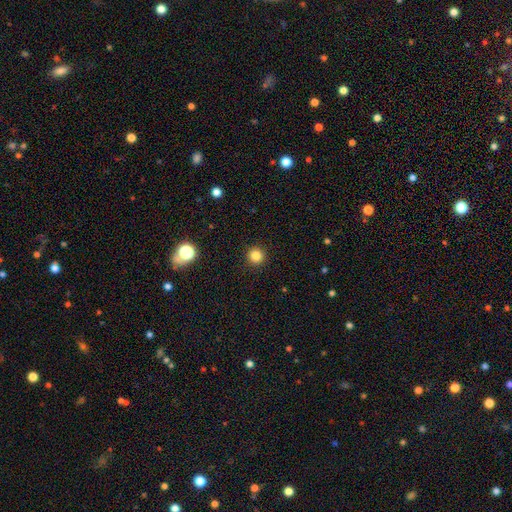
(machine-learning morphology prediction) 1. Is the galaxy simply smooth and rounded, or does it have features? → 83% smooth, 13% star or artifact, 4% featured or disk.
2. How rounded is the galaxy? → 95% round, 4% in between, 1% cigar-shaped.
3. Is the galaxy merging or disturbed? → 93% none, 5% minor disturbance, 2% major disturbance, 1% merger.